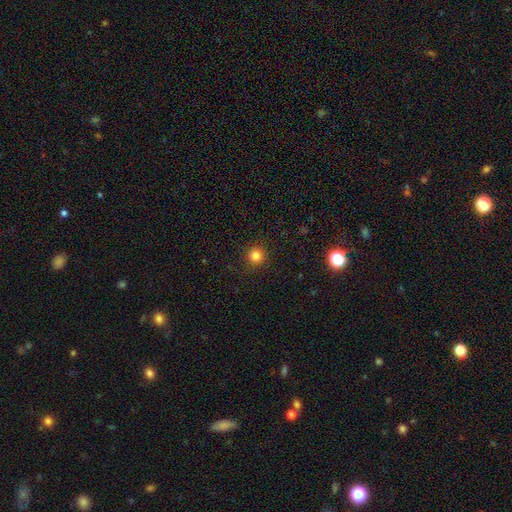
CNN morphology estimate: smooth_or_featured: smooth (p=0.83) [alt: star or artifact p=0.13]
how_rounded: round (p=0.94) [alt: in between p=0.05]
merging: none (p=0.90) [alt: minor disturbance p=0.07]